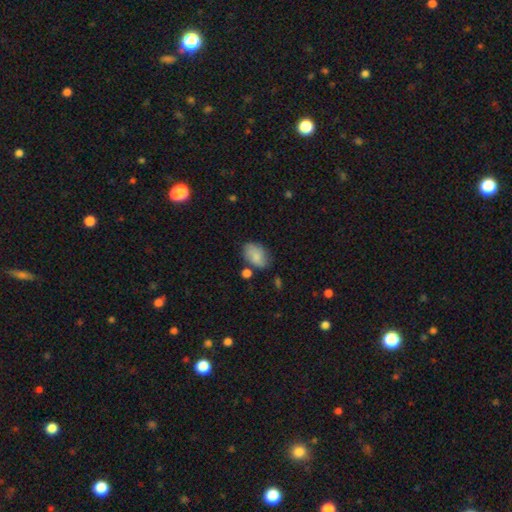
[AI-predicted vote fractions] smooth 77%, featured or disk 15%, star or artifact 8%. Down the decision tree: how rounded — in between (85%); merging — none (62%).